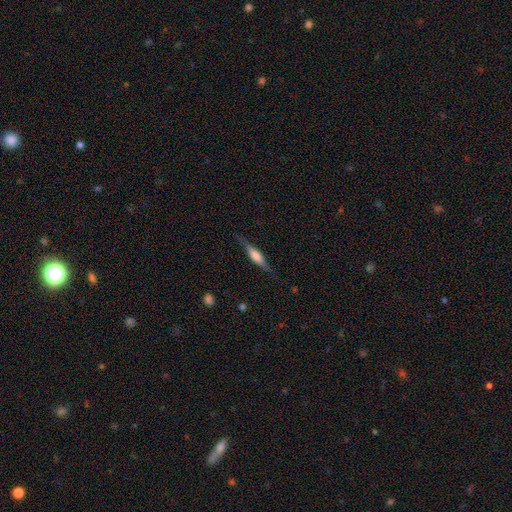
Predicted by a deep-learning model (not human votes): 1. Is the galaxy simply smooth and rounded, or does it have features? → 61% featured or disk, 33% smooth, 6% star or artifact.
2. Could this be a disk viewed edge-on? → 95% yes, 5% no.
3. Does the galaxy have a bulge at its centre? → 54% rounded, 36% boxy, 9% none.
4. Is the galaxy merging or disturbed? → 82% none, 14% minor disturbance, 4% major disturbance, 1% merger.